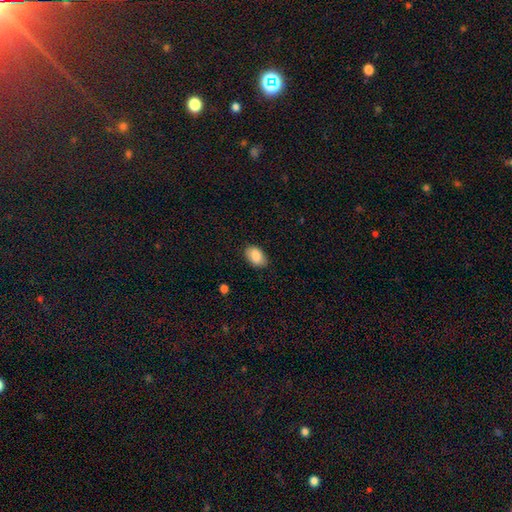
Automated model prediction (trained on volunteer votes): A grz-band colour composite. It shows a smooth galaxy with no disk features (86%) that is in between round and cigar-shaped (89%). Merging: none (82%).